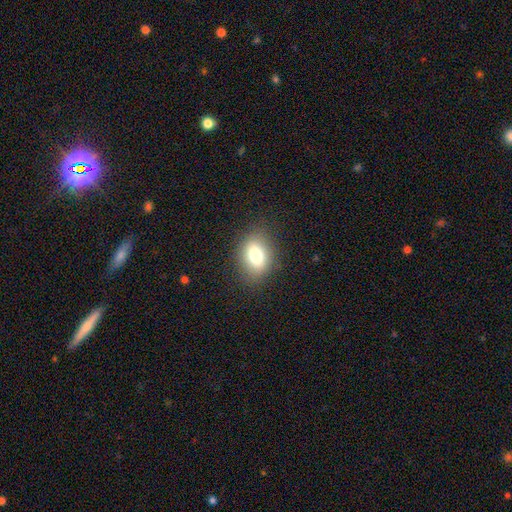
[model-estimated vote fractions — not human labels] This appears to be a smooth galaxy with no disk features (75%) that is in between round and cigar-shaped (73%). Merging: none (84%).